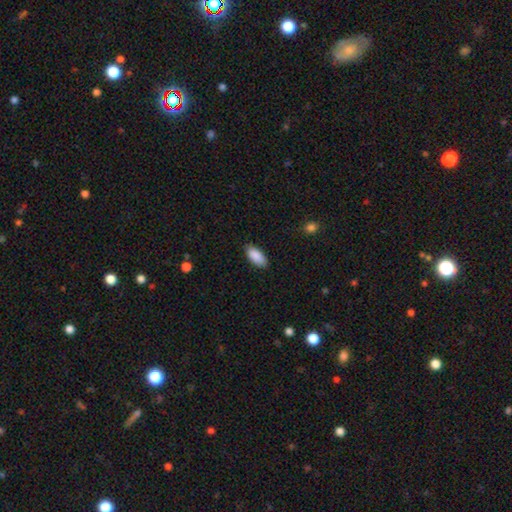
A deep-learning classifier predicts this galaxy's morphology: Smooth or featured? smooth (90%)
How rounded? in between (90%)
Merging? none (86%)